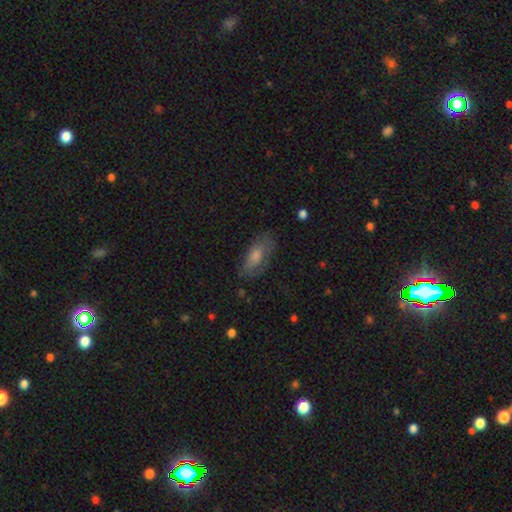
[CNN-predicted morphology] This is possibly a smooth galaxy (59%). How rounded: likely in between (79%). Merging: likely none (71%).